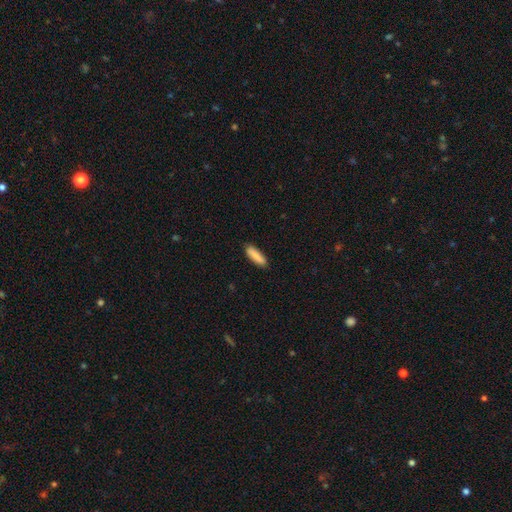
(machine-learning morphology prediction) A smooth galaxy with no disk features (87%) that is cigar-shaped (67%). Merging: none (88%).